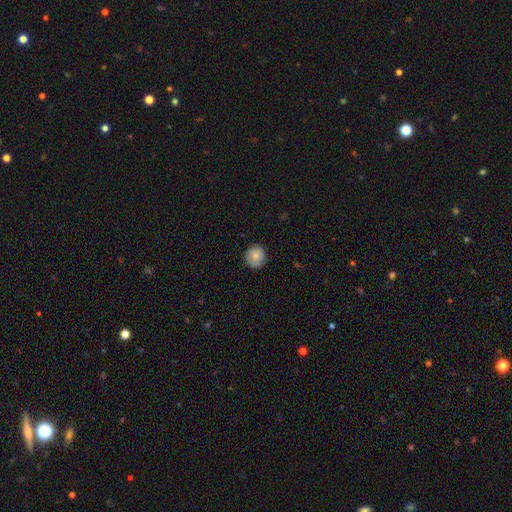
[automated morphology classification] smooth 80%, featured or disk 12%, star or artifact 8%. Down the decision tree: how rounded — round (91%); merging — none (82%).